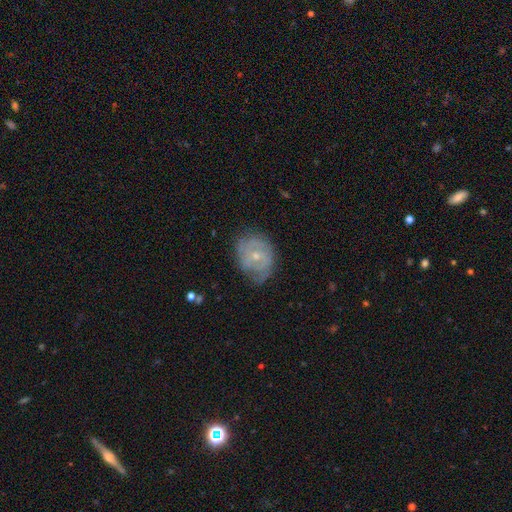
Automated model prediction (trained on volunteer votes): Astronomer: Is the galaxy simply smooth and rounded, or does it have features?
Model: featured or disk — 66%.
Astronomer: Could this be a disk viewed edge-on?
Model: no — 97%.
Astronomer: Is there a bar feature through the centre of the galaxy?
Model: no — 71%.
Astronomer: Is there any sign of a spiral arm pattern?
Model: yes — 77%.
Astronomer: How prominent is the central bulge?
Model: small — 62%.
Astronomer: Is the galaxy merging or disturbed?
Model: none — 59%.